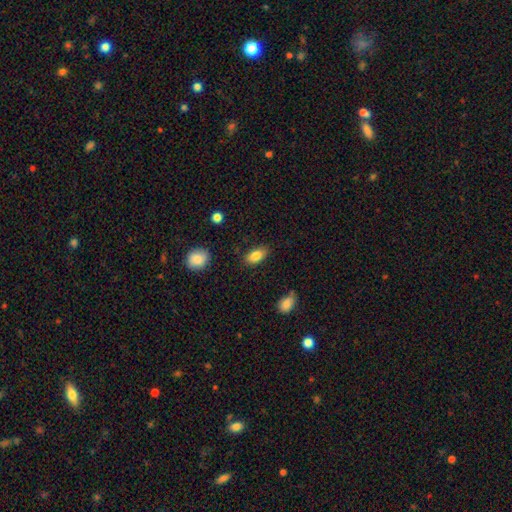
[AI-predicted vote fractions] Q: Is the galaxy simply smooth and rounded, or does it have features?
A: smooth — 85%.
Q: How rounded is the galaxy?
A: in between — 90%.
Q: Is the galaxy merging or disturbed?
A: none — 83%.